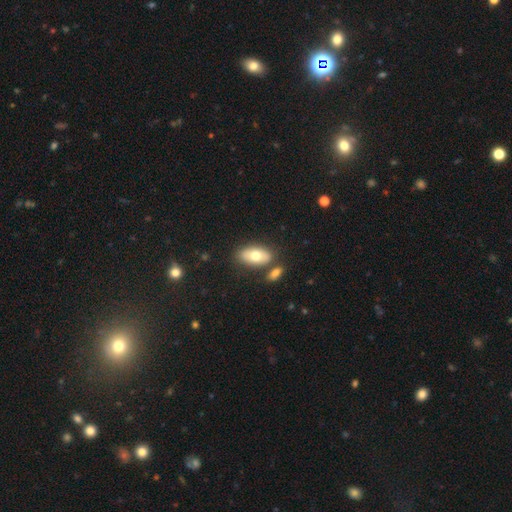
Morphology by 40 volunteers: Smooth or featured? 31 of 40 (78%) said smooth. How rounded? 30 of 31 (97%) said in between. Merging? 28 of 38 (74%) said none.